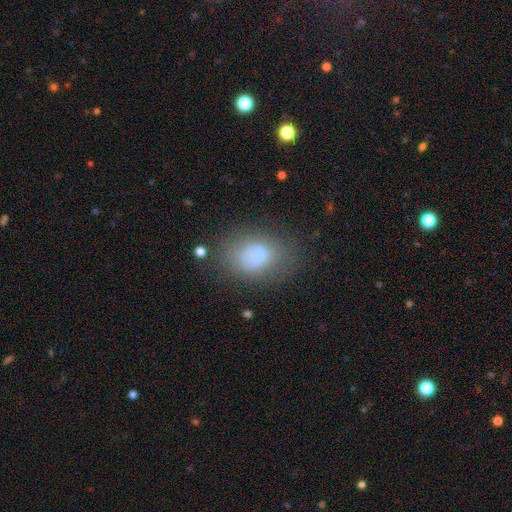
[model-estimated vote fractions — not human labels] Smooth or featured?
  - smooth: 66% *
  - featured or disk: 22%
  - star or artifact: 13%
How rounded?
  - in between: 66% *
  - round: 33%
  - cigar-shaped: 2%
Merging?
  - none: 57% *
  - minor disturbance: 22%
  - major disturbance: 14%
  - merger: 7%